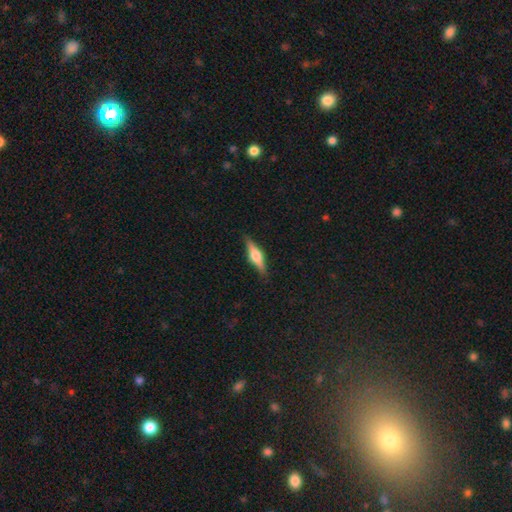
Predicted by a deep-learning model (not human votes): Morphology: type=featured or disk (58%); edge-on=yes (96%); edge-on bulge=rounded (89%); merging=none (88%).